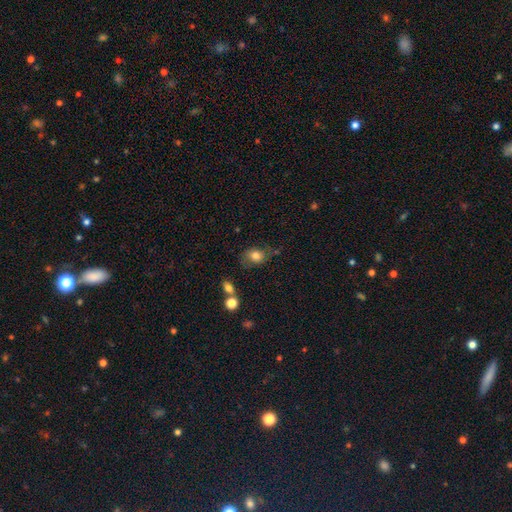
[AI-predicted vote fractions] A smooth galaxy with no disk features (75%) that is in between round and cigar-shaped (55%). Merging: none (58%).